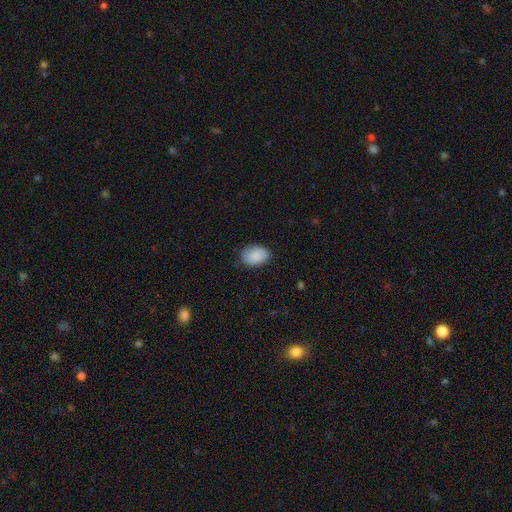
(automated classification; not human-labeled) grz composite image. It shows a smooth galaxy with no disk features (89%) that is in between round and cigar-shaped (83%). Merging: none (83%).